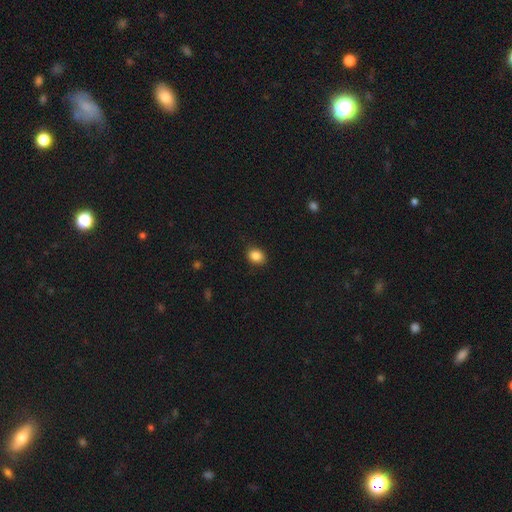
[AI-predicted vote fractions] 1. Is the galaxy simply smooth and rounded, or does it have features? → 86% smooth, 10% star or artifact, 5% featured or disk.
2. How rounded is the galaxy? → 57% in between, 42% round, 1% cigar-shaped.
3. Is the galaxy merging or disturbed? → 85% none, 11% minor disturbance, 2% major disturbance, 1% merger.